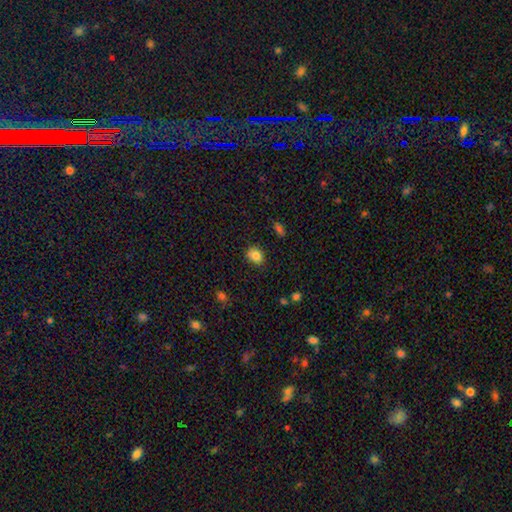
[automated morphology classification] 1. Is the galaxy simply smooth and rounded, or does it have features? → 83% smooth, 10% star or artifact, 6% featured or disk.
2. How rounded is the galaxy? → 50% in between, 49% round, 1% cigar-shaped.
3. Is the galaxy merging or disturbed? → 78% none, 17% minor disturbance, 3% major disturbance, 2% merger.